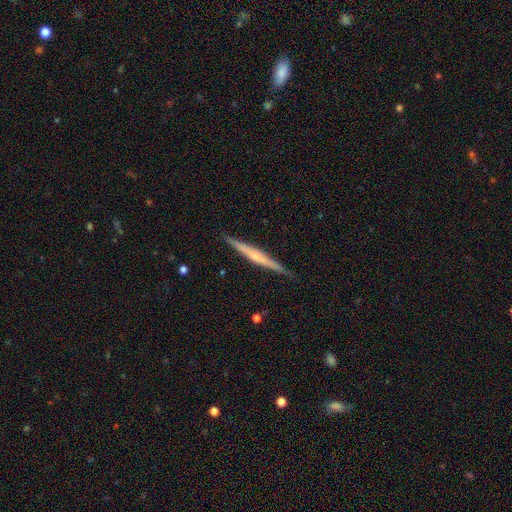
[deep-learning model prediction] Smooth or featured?
  - featured or disk: 65% *
  - smooth: 30%
  - star or artifact: 5%
Edge-on disk?
  - yes: 98% *
  - no: 2%
Edge-on bulge?
  - rounded: 45% *
  - none: 44%
  - boxy: 11%
Merging?
  - none: 90% *
  - minor disturbance: 7%
  - major disturbance: 1%
  - merger: 1%